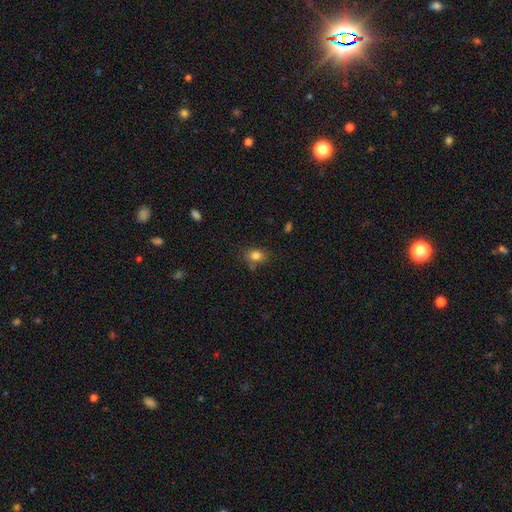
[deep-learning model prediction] A smooth galaxy with no disk features (82%) that is in between round and cigar-shaped (56%).

Vote fractions:
- Smooth or featured? smooth: 82% / star or artifact: 11% / featured or disk: 7%
- How rounded? in between: 56% / round: 42% / cigar-shaped: 1%
- Merging? none: 70% / minor disturbance: 19% / merger: 6% / major disturbance: 5%